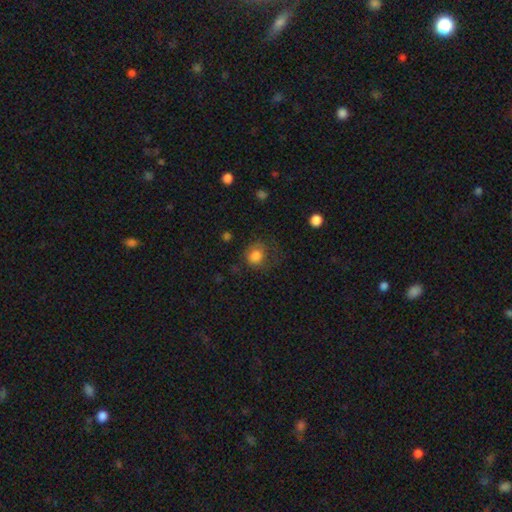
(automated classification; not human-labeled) The model was most divided on "merging": none: 56%, minor disturbance: 23%, major disturbance: 19%, merger: 2%. More confident: smooth or featured — smooth (80%); how rounded — round (78%).